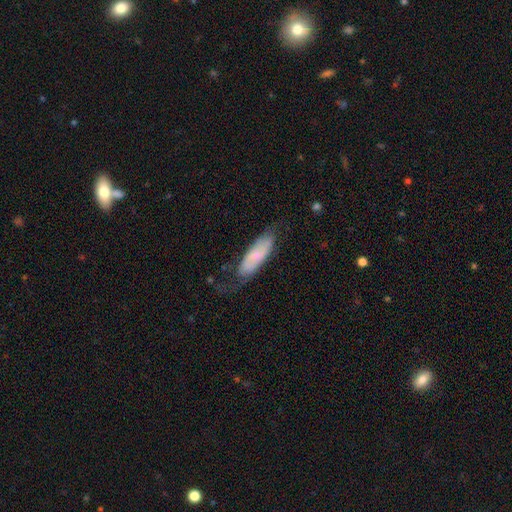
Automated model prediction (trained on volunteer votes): This is possibly a smooth galaxy (53%). How rounded: possibly in between (56%). Merging: possibly none (51%).